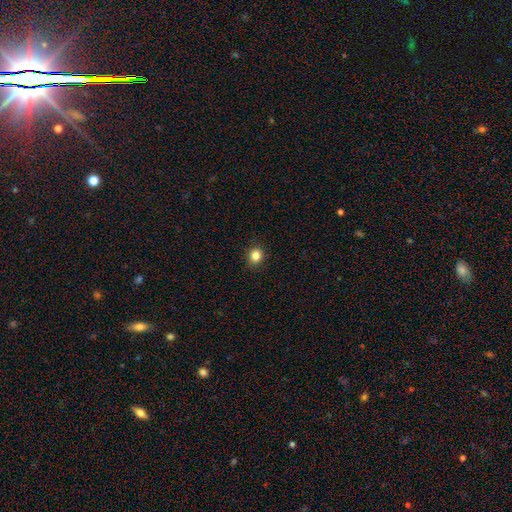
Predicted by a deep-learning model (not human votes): Morphology: type=smooth (84%); roundness=round (76%); merging=none (90%).